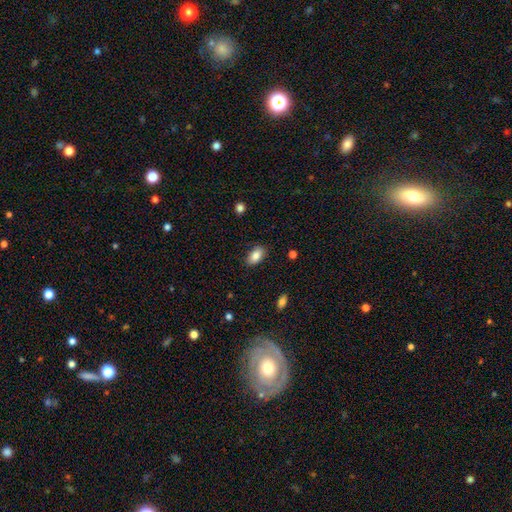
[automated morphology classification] This is clearly a smooth galaxy (85%). How rounded: clearly in between (92%). Merging: clearly none (85%).